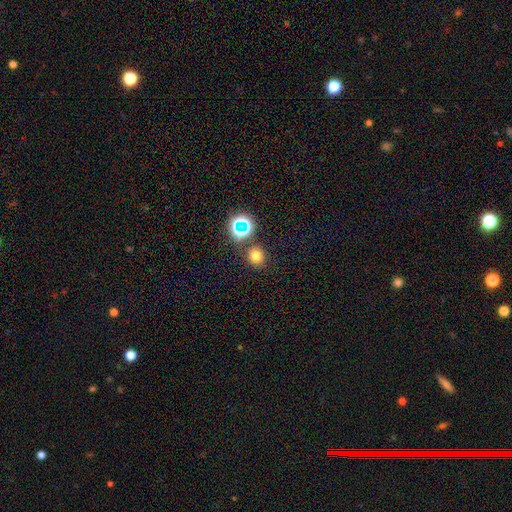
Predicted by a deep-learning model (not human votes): Q: Smooth or featured?
A: smooth (71%); runner-up: star or artifact (22%)
Q: How rounded?
A: round (84%); runner-up: in between (15%)
Q: Merging?
A: none (83%); runner-up: minor disturbance (8%)